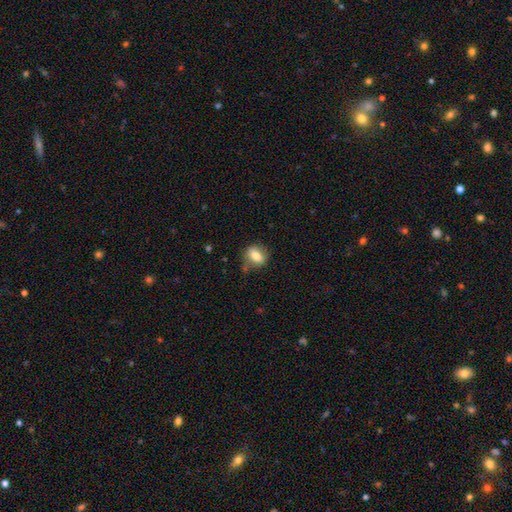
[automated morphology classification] This is likely a smooth galaxy (74%). How rounded: likely in between (67%). Merging: likely none (68%).